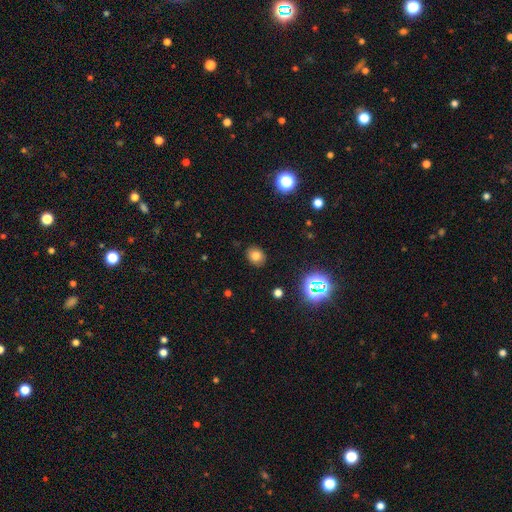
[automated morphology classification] A smooth galaxy with no disk features (76%) that is round (55%). Merging: none (88%).